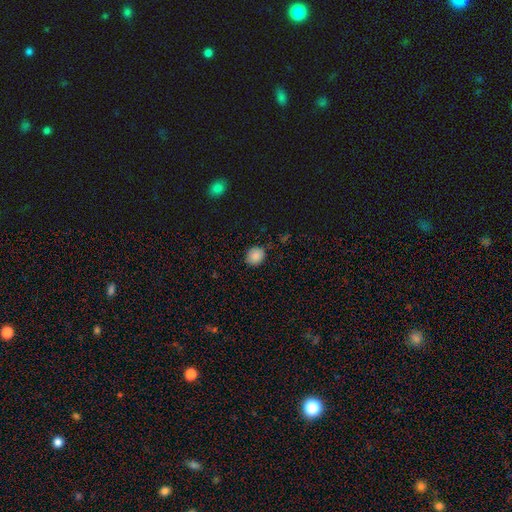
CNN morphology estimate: This appears to be a smooth galaxy with no disk features (86%) that is round (73%). Merging: none (83%).